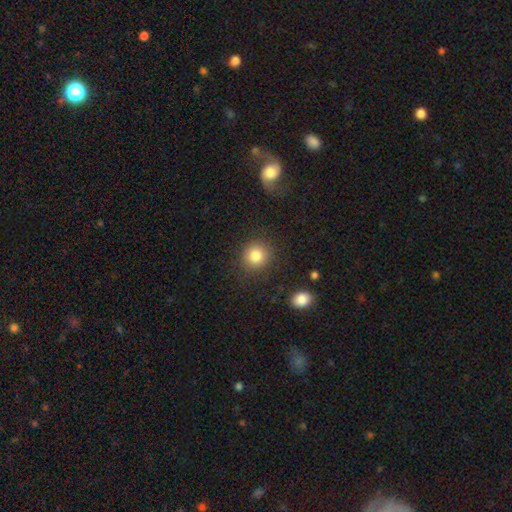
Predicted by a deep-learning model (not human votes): Morphology: type=smooth (83%); roundness=round (87%); merging=none (87%).